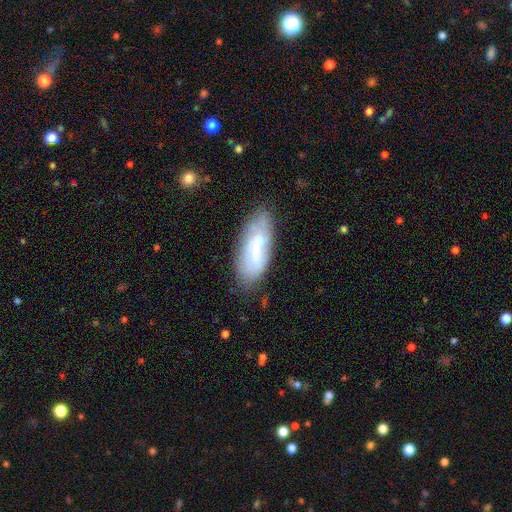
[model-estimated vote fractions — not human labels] Overall: smooth (53%; featured or disk 38%). How rounded: in between (70%). Merging: none (72%).